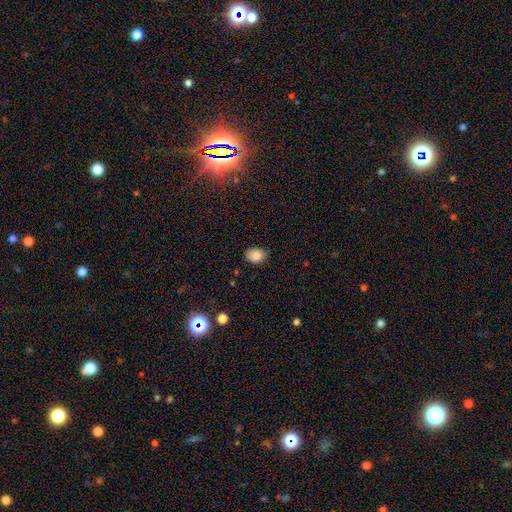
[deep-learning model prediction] This appears to be a smooth galaxy with no disk features (85%) that is in between round and cigar-shaped (62%). Merging: none (78%).